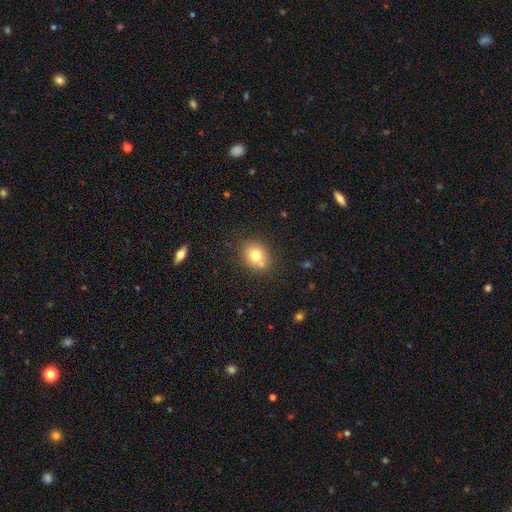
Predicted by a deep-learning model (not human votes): Overall: smooth (75%). How rounded: round (57%; in between 42%). Merging: none (70%).